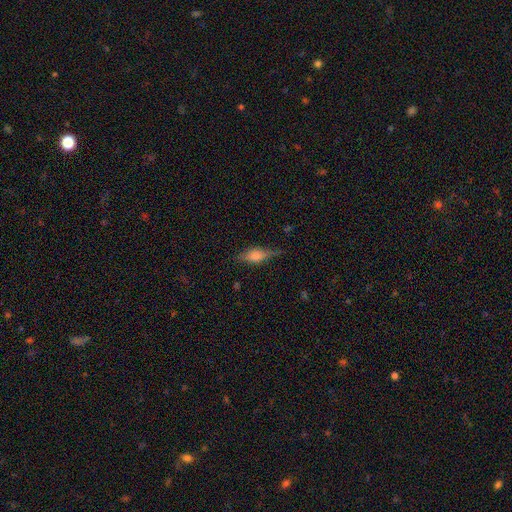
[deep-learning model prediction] Smooth or featured? Predicted: featured or disk (p=0.46). Merging? Predicted: none (p=0.71).